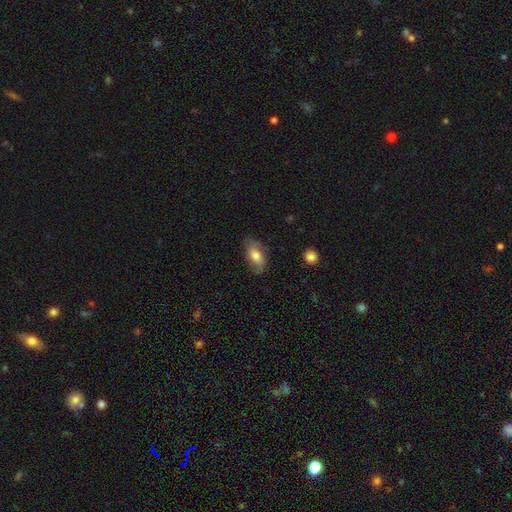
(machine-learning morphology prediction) Smooth or featured: smooth — 69% (featured or disk — 24%)
How rounded: in between — 89% (cigar-shaped — 6%)
Merging: none — 75% (minor disturbance — 19%)